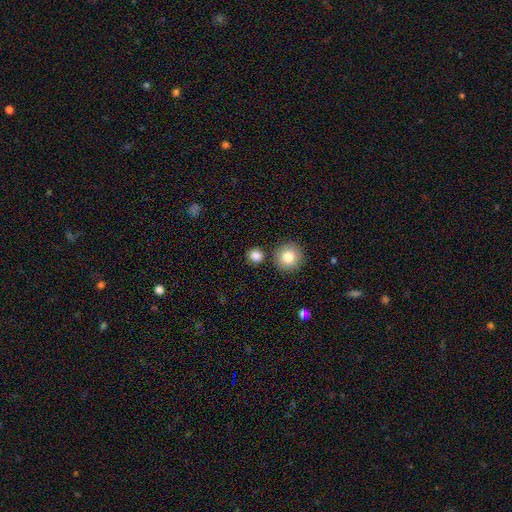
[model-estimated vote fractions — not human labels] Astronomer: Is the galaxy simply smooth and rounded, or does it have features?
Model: smooth — 85%.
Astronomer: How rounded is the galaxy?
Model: round — 88%.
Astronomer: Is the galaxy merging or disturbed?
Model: none — 82%.